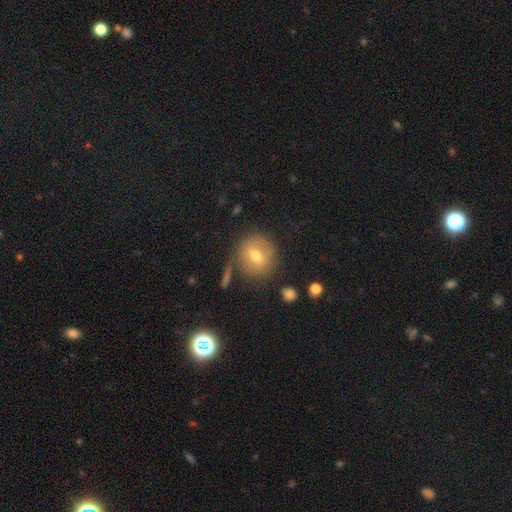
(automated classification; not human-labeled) Q: Smooth or featured?
A: smooth (62%); runner-up: featured or disk (27%)
Q: How rounded?
A: round (83%); runner-up: in between (16%)
Q: Merging?
A: none (77%); runner-up: minor disturbance (14%)